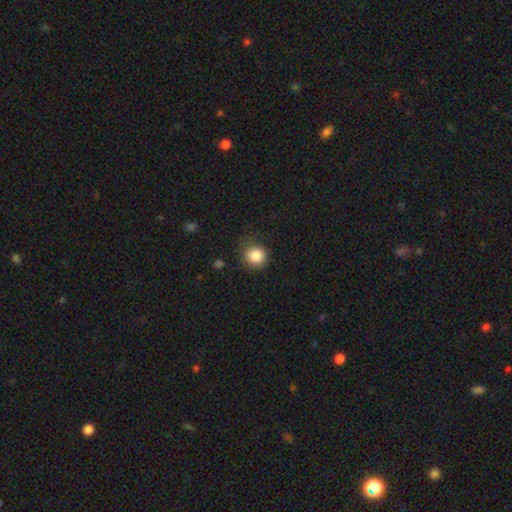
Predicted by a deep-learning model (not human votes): Smooth or featured?
  - smooth: 86% *
  - star or artifact: 10%
  - featured or disk: 4%
How rounded?
  - round: 88% *
  - in between: 12%
  - cigar-shaped: 1%
Merging?
  - none: 79% *
  - minor disturbance: 15%
  - major disturbance: 5%
  - merger: 2%